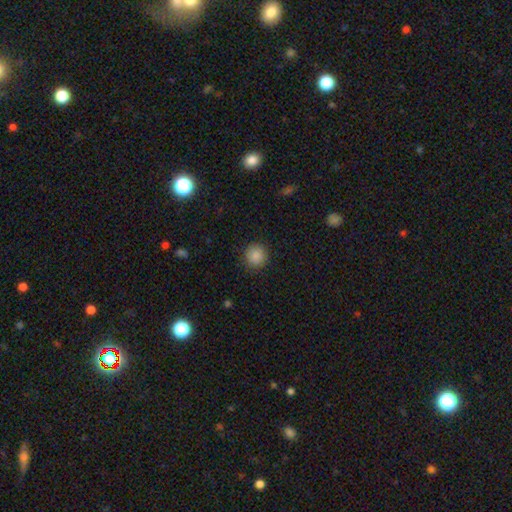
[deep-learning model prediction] smooth_or_featured: smooth (p=0.87) [alt: star or artifact p=0.10]
how_rounded: round (p=0.93) [alt: in between p=0.06]
merging: none (p=0.90) [alt: minor disturbance p=0.07]